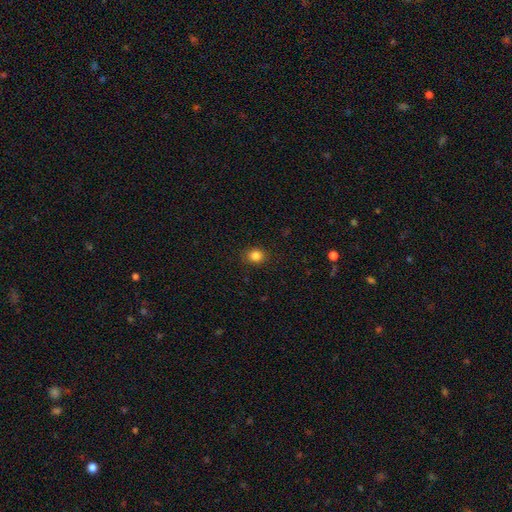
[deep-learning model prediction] A smooth galaxy with no disk features (84%) that is round (69%). Merging: none (88%).